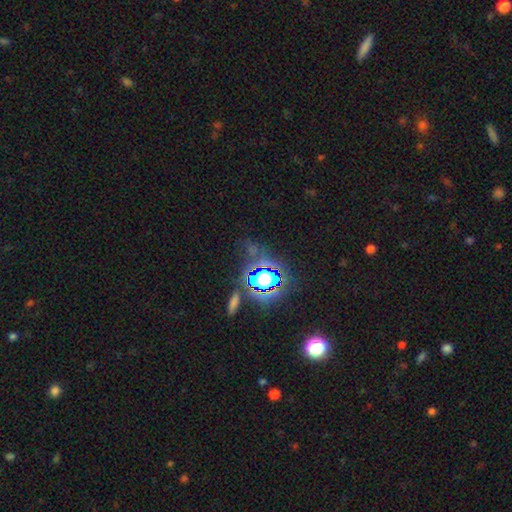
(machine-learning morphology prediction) type=star or artifact (79%).